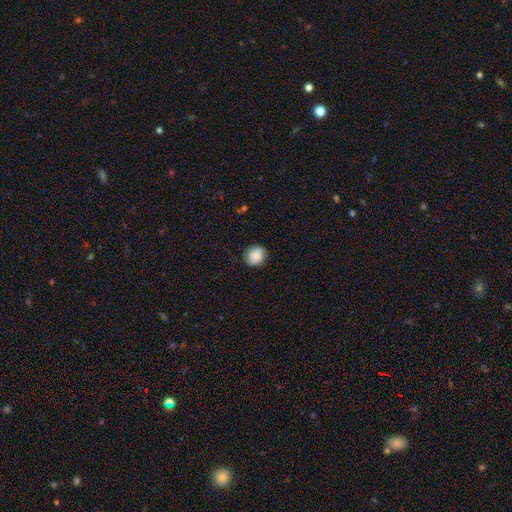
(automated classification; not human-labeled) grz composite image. It shows a smooth galaxy with no disk features (82%) that is round (81%). Merging: none (83%).